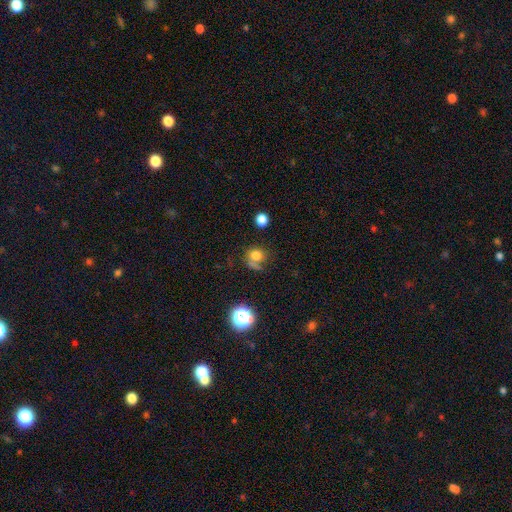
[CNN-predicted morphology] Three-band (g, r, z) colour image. It shows a smooth galaxy with no disk features (71%) that is round (78%). Merging: none (48%).